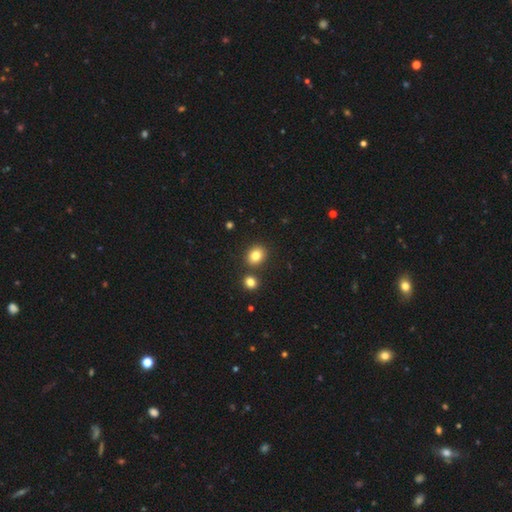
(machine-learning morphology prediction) This is clearly a smooth galaxy (82%). How rounded: possibly round (56%). Merging: likely none (80%).